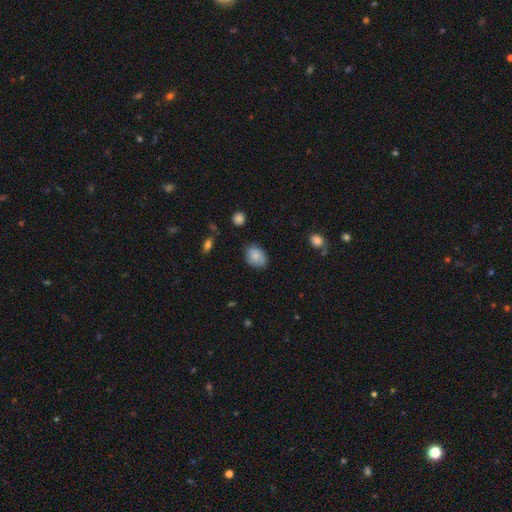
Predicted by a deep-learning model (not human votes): Smooth or featured?
  - smooth: 78% *
  - featured or disk: 14%
  - star or artifact: 8%
How rounded?
  - in between: 71% *
  - round: 28%
  - cigar-shaped: 1%
Merging?
  - none: 70% *
  - minor disturbance: 24%
  - major disturbance: 5%
  - merger: 1%